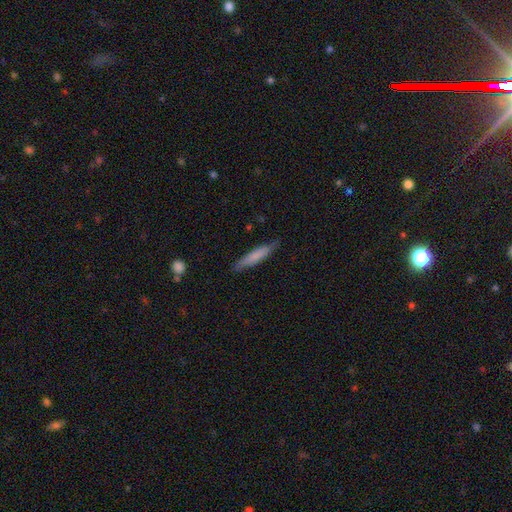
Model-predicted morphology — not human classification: smooth 70%, featured or disk 24%, star or artifact 6%. Down the decision tree: how rounded — cigar-shaped (89%); merging — none (81%).